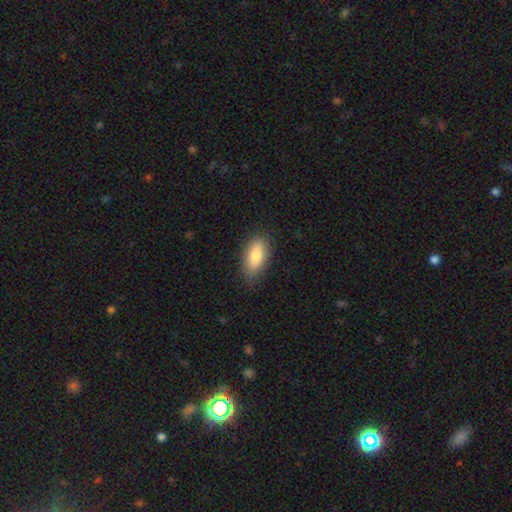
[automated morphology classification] A smooth galaxy with no disk features (81%) that is in between round and cigar-shaped (85%). Merging: none (82%).